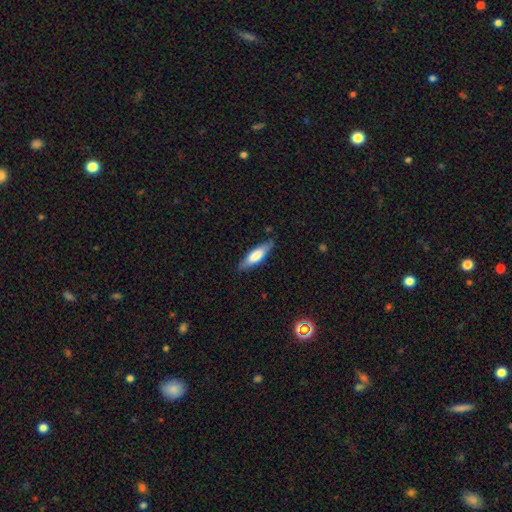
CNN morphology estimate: Smooth or featured? Predicted: smooth (p=0.68). How rounded? Predicted: cigar-shaped (p=0.57). Merging? Predicted: none (p=0.82).